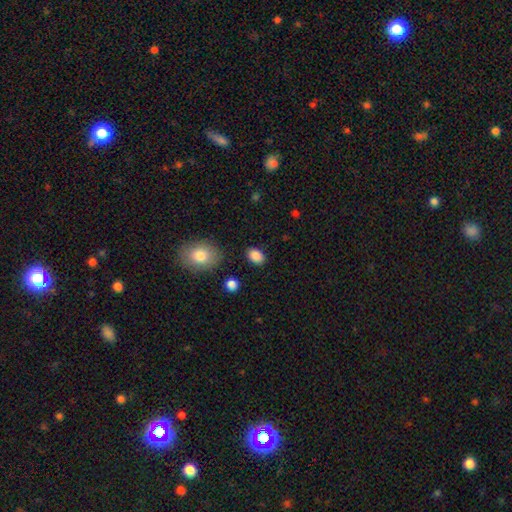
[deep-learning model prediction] This appears to be a smooth galaxy with no disk features (88%) that is in between round and cigar-shaped (76%). Merging: none (86%).